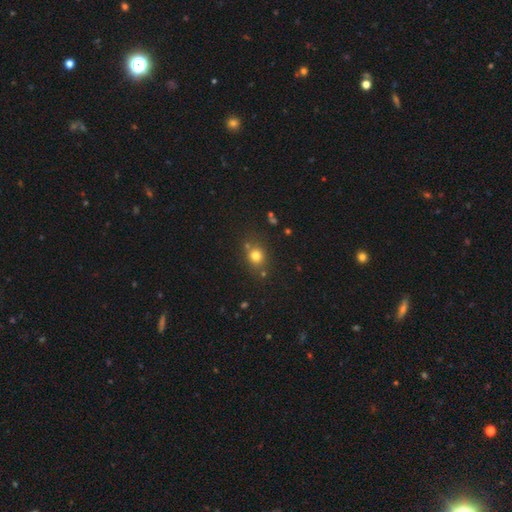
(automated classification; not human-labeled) A smooth galaxy with no disk features (77%) that is round (73%). Merging: none (72%).